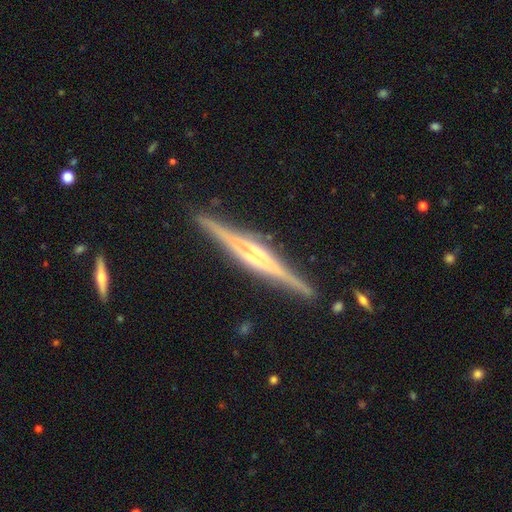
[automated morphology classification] This is clearly a featured or disk galaxy (86%). It is clearly viewed edge-on (98%). Edge-on bulge: possibly boxy (47%). Merging: clearly none (89%).